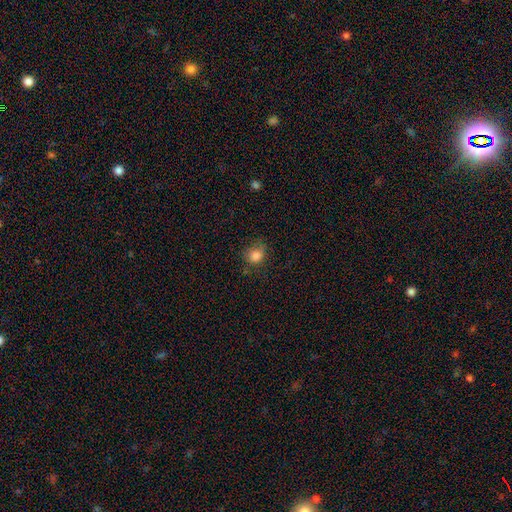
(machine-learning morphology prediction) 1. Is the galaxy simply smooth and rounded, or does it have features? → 84% smooth, 11% star or artifact, 5% featured or disk.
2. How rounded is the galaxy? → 76% round, 23% in between, 1% cigar-shaped.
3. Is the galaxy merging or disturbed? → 68% none, 23% minor disturbance, 7% major disturbance, 2% merger.